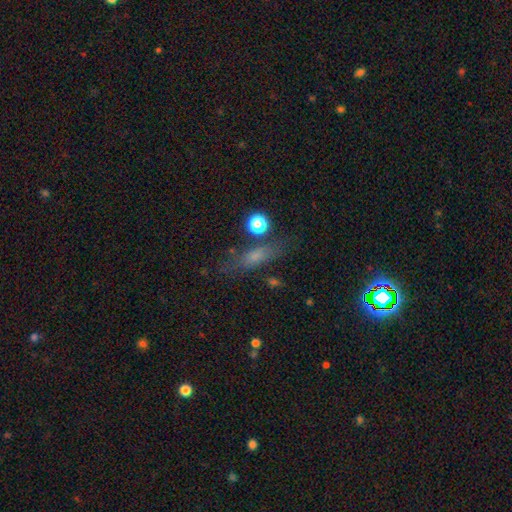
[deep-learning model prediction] This is likely a smooth galaxy (61%). How rounded: possibly cigar-shaped (50%). Merging: likely none (71%).